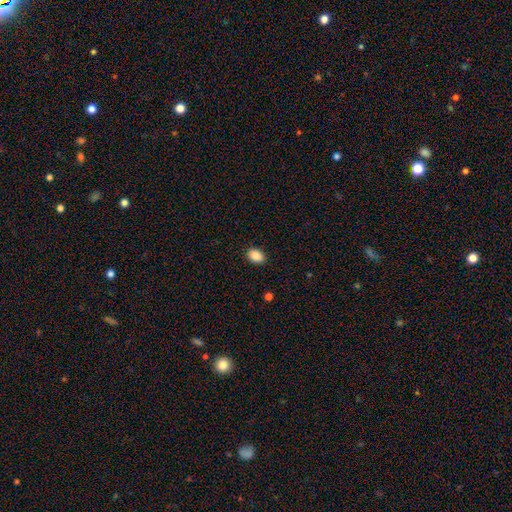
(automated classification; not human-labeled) smooth_or_featured: smooth (p=0.88) [alt: star or artifact p=0.08]
how_rounded: in between (p=0.81) [alt: round p=0.18]
merging: none (p=0.89) [alt: minor disturbance p=0.08]